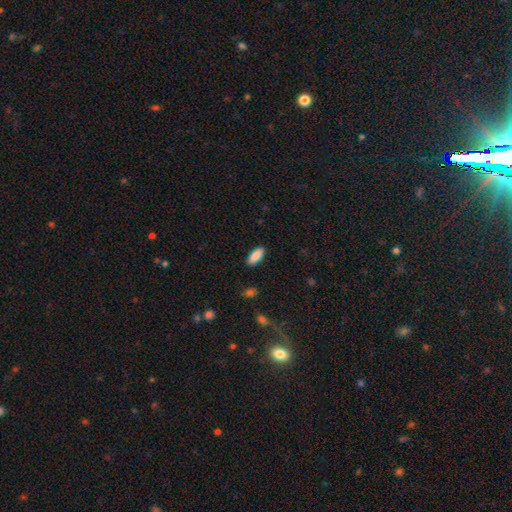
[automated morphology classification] A smooth galaxy with no disk features (88%) that is in between round and cigar-shaped (80%).

Vote fractions:
- Smooth or featured? smooth: 88% / star or artifact: 6% / featured or disk: 5%
- How rounded? in between: 80% / cigar-shaped: 18% / round: 2%
- Merging? none: 89% / minor disturbance: 8% / major disturbance: 2% / merger: 1%